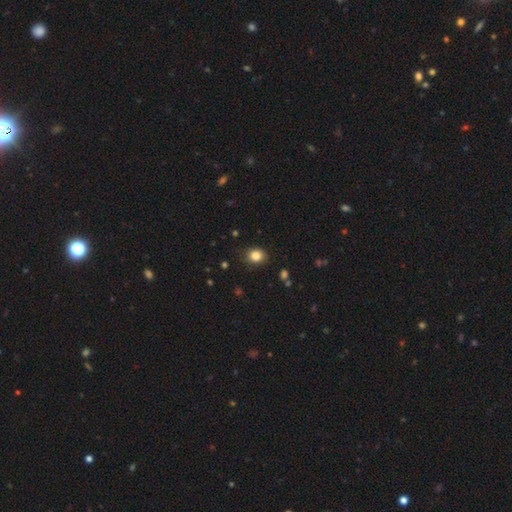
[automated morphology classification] A smooth galaxy with no disk features (84%) that is round (69%).

Vote fractions:
- Smooth or featured? smooth: 84% / star or artifact: 11% / featured or disk: 5%
- How rounded? round: 69% / in between: 30% / cigar-shaped: 1%
- Merging? none: 86% / minor disturbance: 10% / major disturbance: 3% / merger: 1%